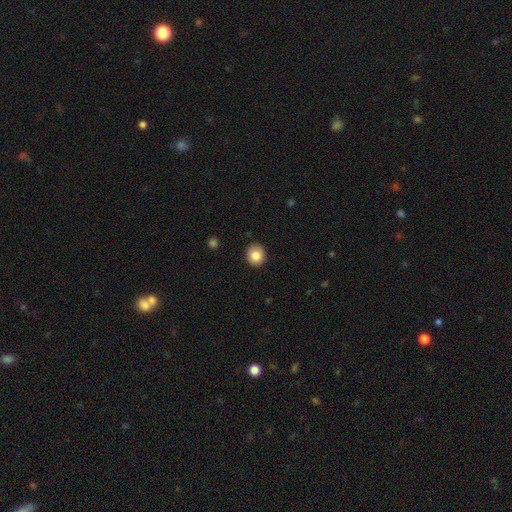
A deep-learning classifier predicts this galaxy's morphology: A smooth galaxy with no disk features (84%) that is round (74%). Merging: none (89%).